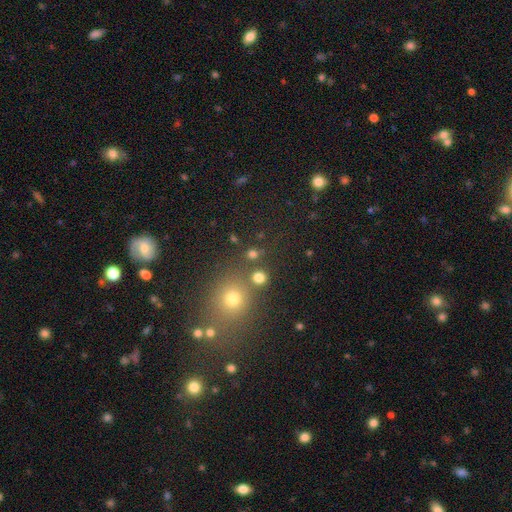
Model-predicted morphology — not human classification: Smooth or featured? Predicted: smooth (p=0.54). How rounded? Predicted: round (p=0.80). Merging? Predicted: none (p=0.76).